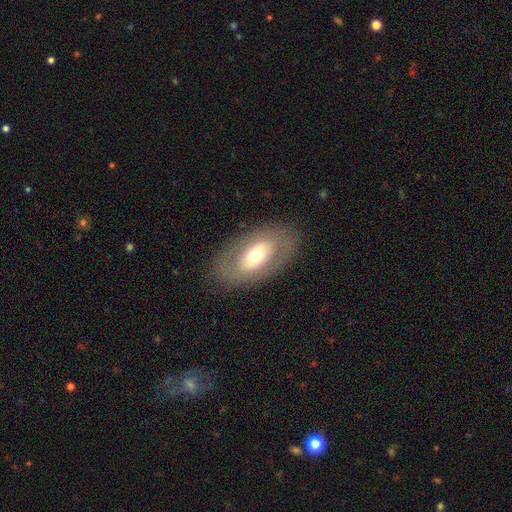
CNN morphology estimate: A featured or disk galaxy (48%).

Vote fractions:
- Smooth or featured? featured or disk: 48% / smooth: 45% / star or artifact: 7%
- Merging? none: 82% / minor disturbance: 11% / major disturbance: 6% / merger: 1%